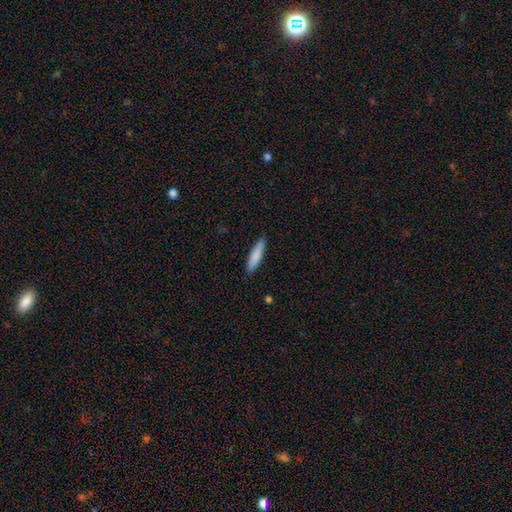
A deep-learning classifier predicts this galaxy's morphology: type=smooth (83%); roundness=cigar-shaped (82%); merging=none (89%).